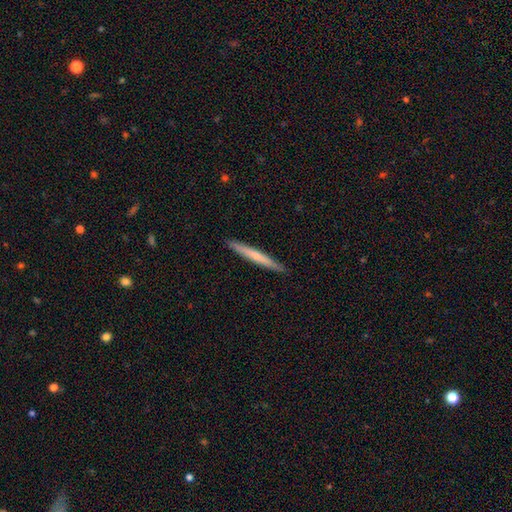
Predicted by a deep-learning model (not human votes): smooth-or-featured: smooth: 52% | featured or disk: 43% | star or artifact: 5%
  how-rounded: cigar-shaped: 97% | in between: 2% | round: 1%
  merging: none: 92% | minor disturbance: 6% | major disturbance: 1% | merger: 1%